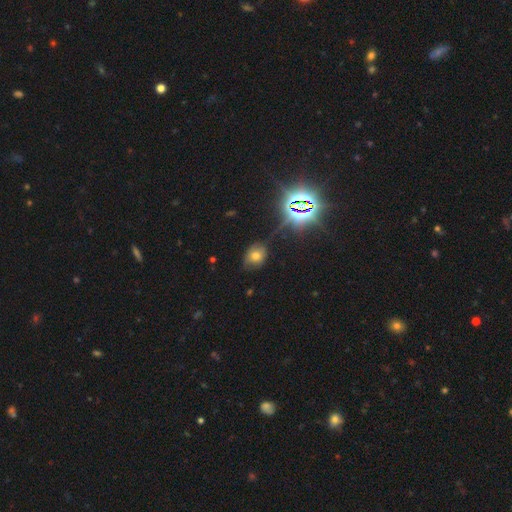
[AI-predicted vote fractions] Smooth or featured?
  - smooth: 58% *
  - star or artifact: 27%
  - featured or disk: 15%
How rounded?
  - in between: 53% *
  - round: 46%
  - cigar-shaped: 1%
Merging?
  - none: 68% *
  - minor disturbance: 23%
  - major disturbance: 6%
  - merger: 3%